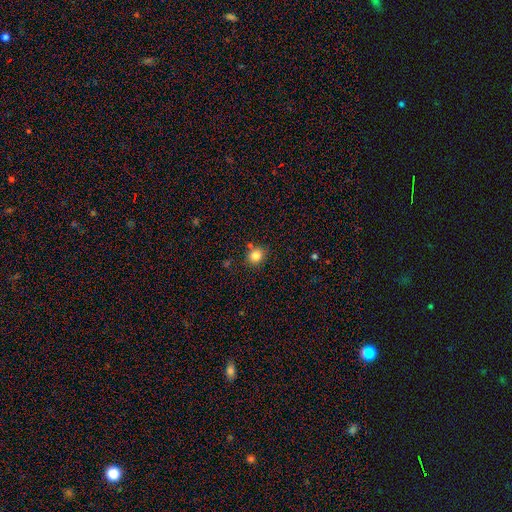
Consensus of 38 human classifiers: smooth-or-featured: smooth: 89% | featured or disk: 8% | star or artifact: 3%
  how-rounded: round: 62% | in between: 38% | cigar-shaped: 0%
  merging: none: 78% | minor disturbance: 8% | merger: 8% | major disturbance: 5%